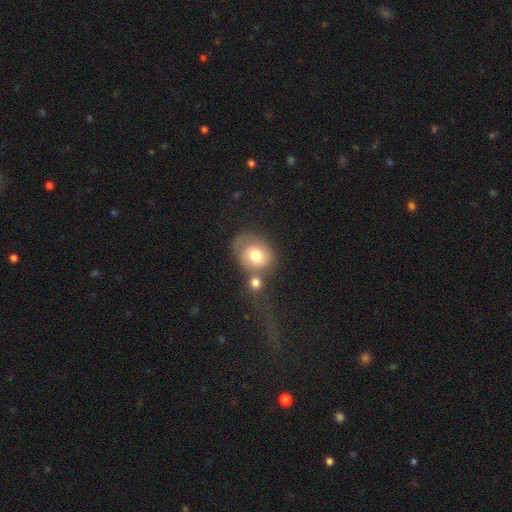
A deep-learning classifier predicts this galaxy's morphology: smooth_or_featured: smooth (p=0.61) [alt: featured or disk p=0.31]
how_rounded: round (p=0.61) [alt: in between p=0.38]
merging: none (p=0.35) [alt: merger p=0.34]